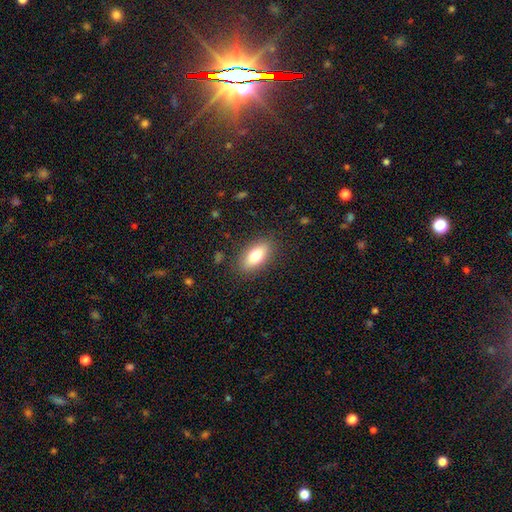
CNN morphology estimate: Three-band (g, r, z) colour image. It shows a smooth galaxy with no disk features (75%) that is in between round and cigar-shaped (83%). Merging: none (86%).